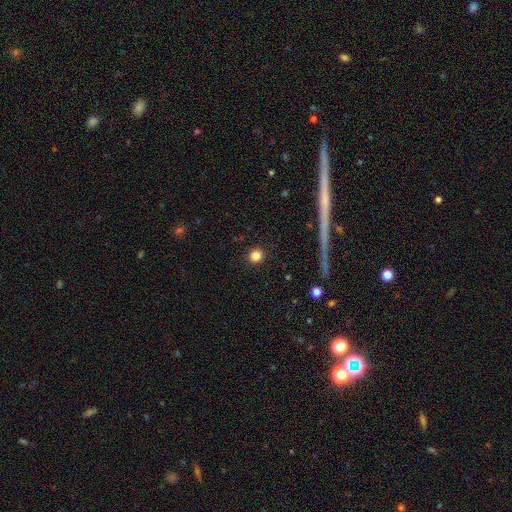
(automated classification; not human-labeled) Smooth or featured: smooth — 82% (star or artifact — 12%)
How rounded: round — 92% (in between — 7%)
Merging: none — 92% (minor disturbance — 5%)